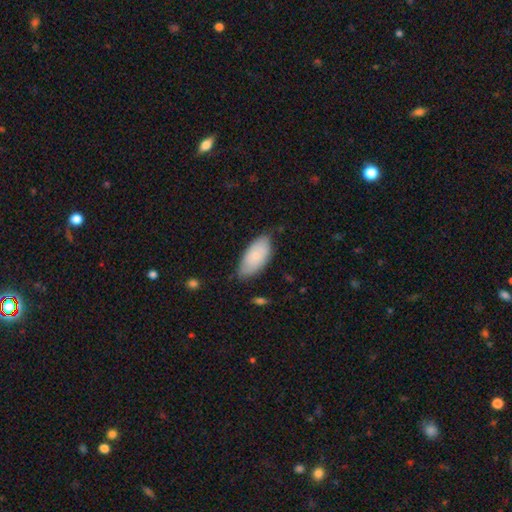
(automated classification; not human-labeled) A smooth galaxy with no disk features (76%) that is in between round and cigar-shaped (93%).

Vote fractions:
- Smooth or featured? smooth: 76% / featured or disk: 19% / star or artifact: 6%
- How rounded? in between: 93% / cigar-shaped: 5% / round: 2%
- Merging? none: 68% / minor disturbance: 26% / major disturbance: 4% / merger: 1%